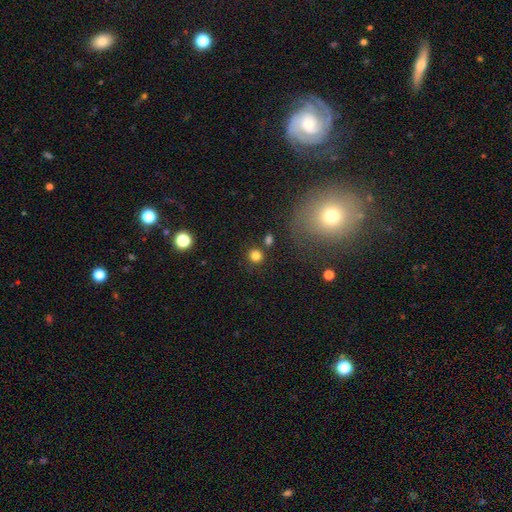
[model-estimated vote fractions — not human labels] This appears to be a smooth galaxy with no disk features (81%) that is round (90%). Merging: none (83%).